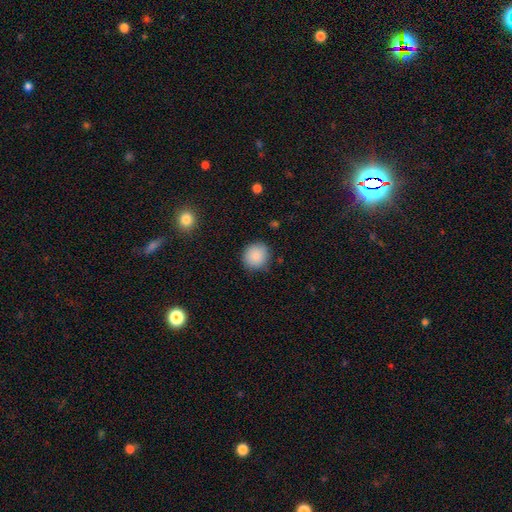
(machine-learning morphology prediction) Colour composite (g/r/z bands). It shows a smooth galaxy with no disk features (88%) that is round (90%). Merging: none (87%).